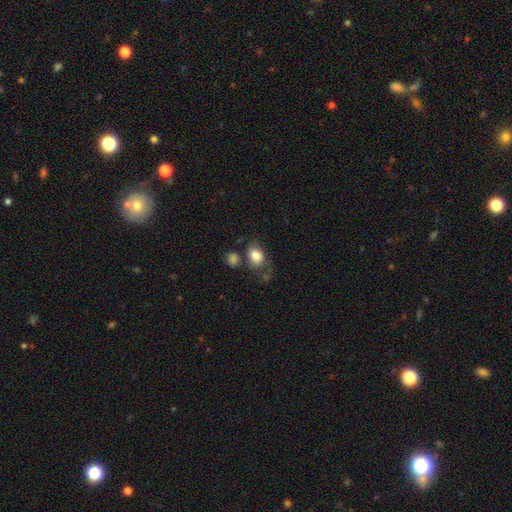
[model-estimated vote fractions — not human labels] Smooth or featured: smooth — 82% (featured or disk — 10%)
How rounded: in between — 60% (round — 39%)
Merging: none — 47% (minor disturbance — 21%)